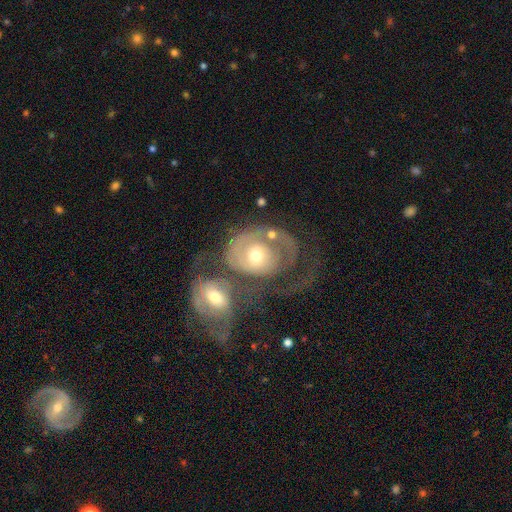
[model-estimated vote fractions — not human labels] A featured or disk galaxy (76%) with no bar (76%), 2 (33%) tight (55%) spiral arms (81%) and a moderate central bulge (63%).

Vote fractions:
- Smooth or featured? featured or disk: 76% / smooth: 18% / star or artifact: 6%
- Edge-on disk? no: 96% / yes: 4%
- Bar? no: 76% / weak: 19% / strong: 5%
- Spiral arms? yes: 81% / no: 19%
- Spiral winding? tight: 55% / medium: 29% / loose: 16%
- Spiral arm count? 2: 33% / 1: 32% / can't tell: 27% / 3: 4% / 4: 2% / more than 4: 2%
- Bulge size? moderate: 63% / small: 29% / large: 6% / none: 1% / dominant: 1%
- Merging? merger: 56% / major disturbance: 18% / none: 17% / minor disturbance: 8%